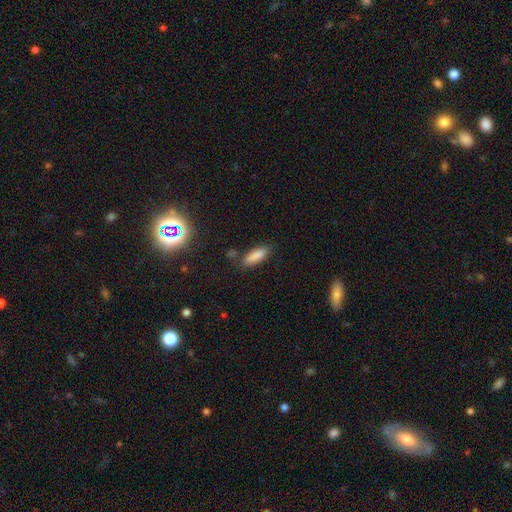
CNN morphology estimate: Smooth or featured? smooth (85%)
How rounded? in between (51%)
Merging? none (78%)